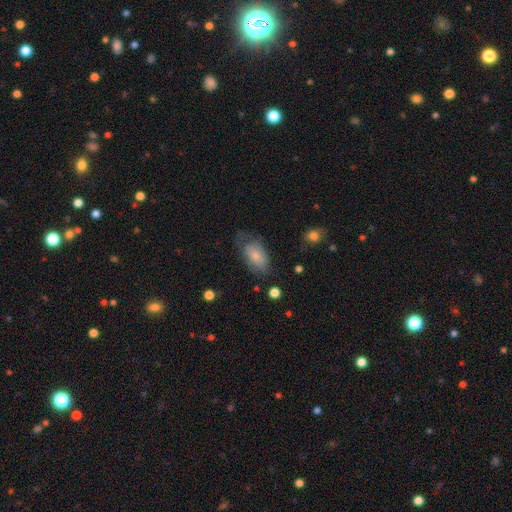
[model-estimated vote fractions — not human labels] Smooth or featured?
  - smooth: 72% *
  - featured or disk: 21%
  - star or artifact: 7%
How rounded?
  - in between: 92% *
  - round: 6%
  - cigar-shaped: 2%
Merging?
  - none: 48% *
  - minor disturbance: 30%
  - major disturbance: 20%
  - merger: 2%